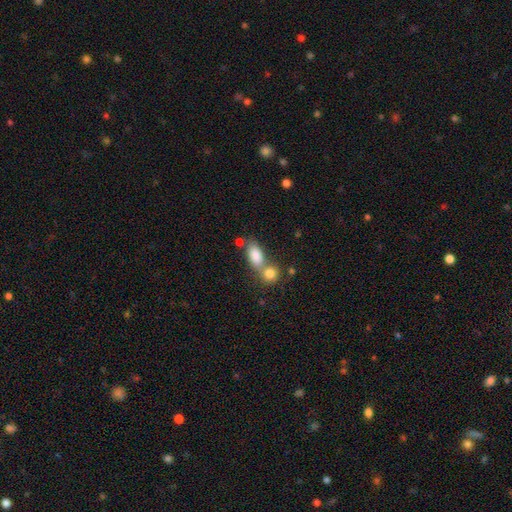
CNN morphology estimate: smooth-or-featured: smooth: 83% | featured or disk: 9% | star or artifact: 8%
  how-rounded: in between: 85% | round: 9% | cigar-shaped: 5%
  merging: merger: 45% | none: 40% | minor disturbance: 10% | major disturbance: 5%